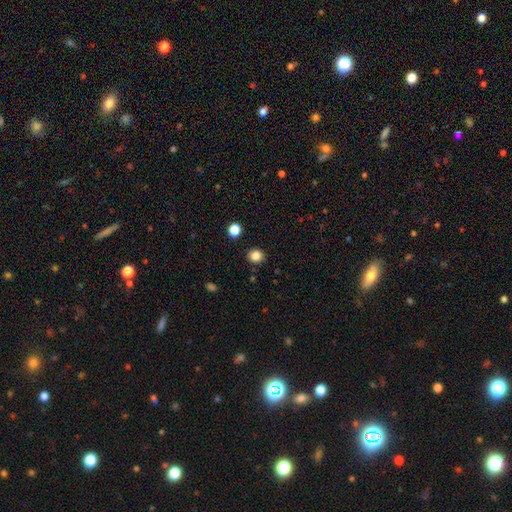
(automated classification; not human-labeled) A smooth galaxy with no disk features (85%) that is round (75%). Merging: none (88%).